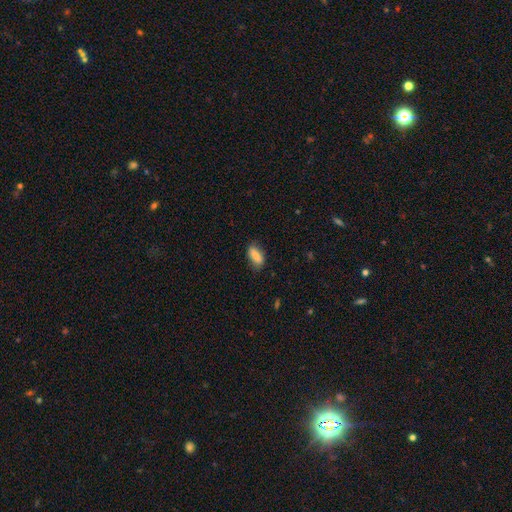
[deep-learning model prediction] Morphology: type=smooth (81%); roundness=in between (84%); merging=none (75%).